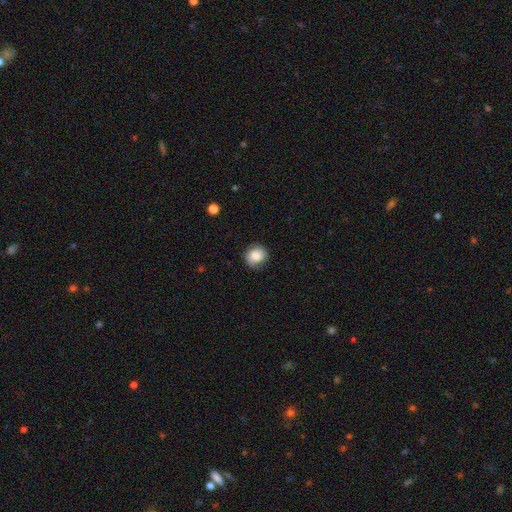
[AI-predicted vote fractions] Smooth or featured? smooth (84%)
How rounded? round (79%)
Merging? none (78%)